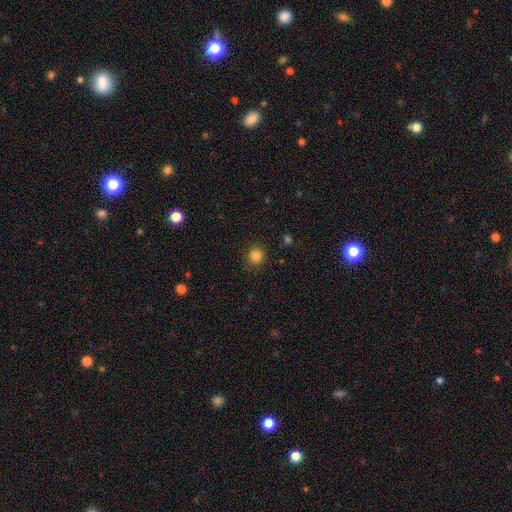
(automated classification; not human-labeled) Morphology: type=smooth (84%); roundness=round (91%); merging=none (86%).